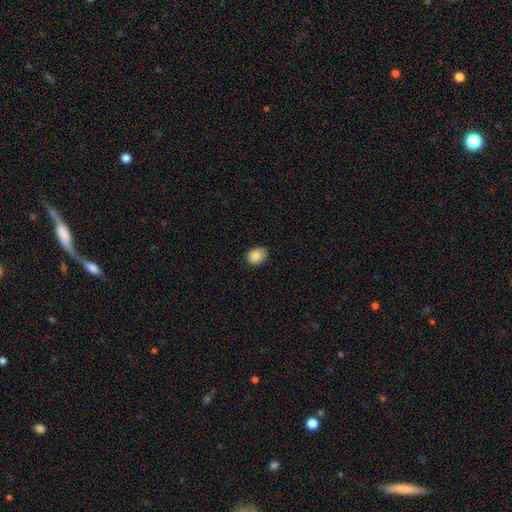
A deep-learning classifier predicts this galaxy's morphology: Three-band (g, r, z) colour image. It shows a smooth galaxy with no disk features (87%) that is in between round and cigar-shaped (61%). Merging: none (85%).